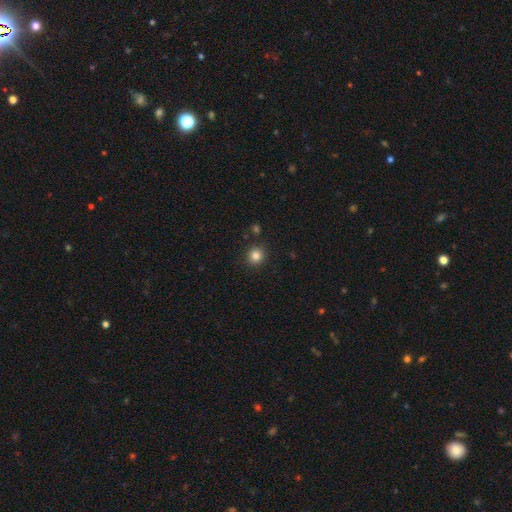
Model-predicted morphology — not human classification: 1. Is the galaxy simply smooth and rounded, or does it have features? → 83% smooth, 12% star or artifact, 5% featured or disk.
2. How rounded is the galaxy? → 90% round, 9% in between, 1% cigar-shaped.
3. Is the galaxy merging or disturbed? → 89% none, 7% minor disturbance, 3% merger, 2% major disturbance.